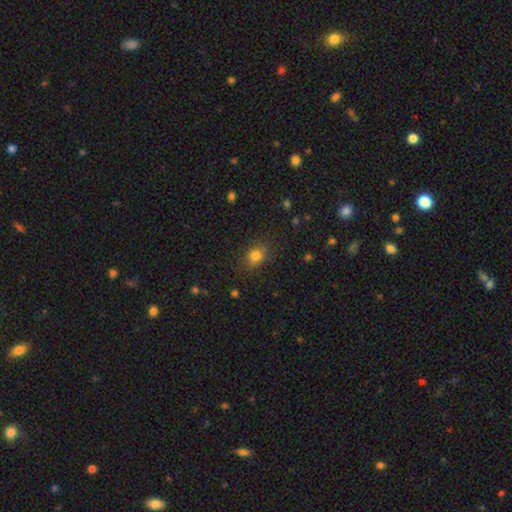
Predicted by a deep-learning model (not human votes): A smooth galaxy with no disk features (76%) that is round (54%).

Vote fractions:
- Smooth or featured? smooth: 76% / star or artifact: 15% / featured or disk: 9%
- How rounded? round: 54% / in between: 44% / cigar-shaped: 2%
- Merging? none: 78% / minor disturbance: 15% / major disturbance: 5% / merger: 2%